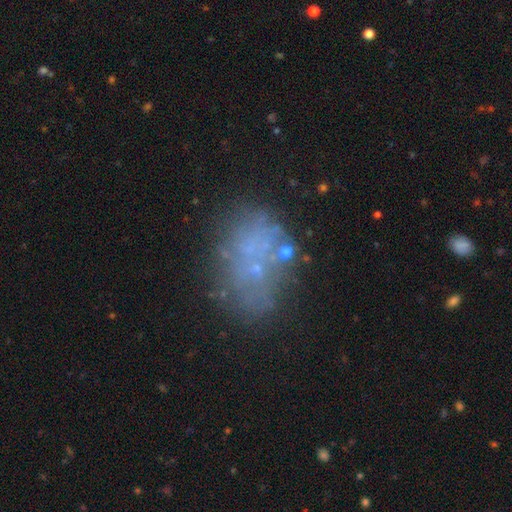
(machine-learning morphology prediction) smooth_or_featured: smooth (p=0.40) [alt: featured or disk p=0.38]
merging: none (p=0.60) [alt: minor disturbance p=0.18]